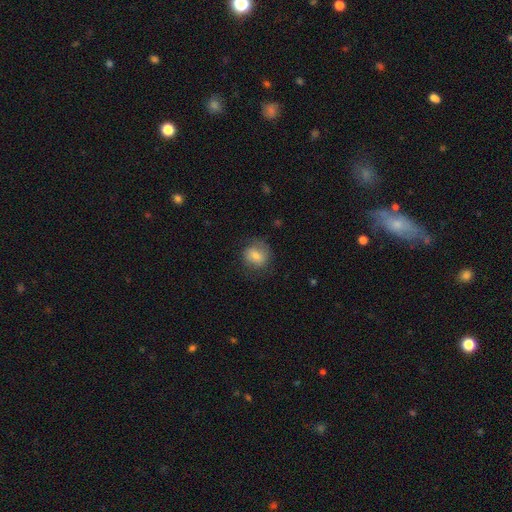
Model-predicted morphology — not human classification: smooth-or-featured: smooth: 70% | featured or disk: 22% | star or artifact: 8%
  how-rounded: round: 73% | in between: 26% | cigar-shaped: 1%
  merging: none: 71% | minor disturbance: 19% | major disturbance: 9% | merger: 1%